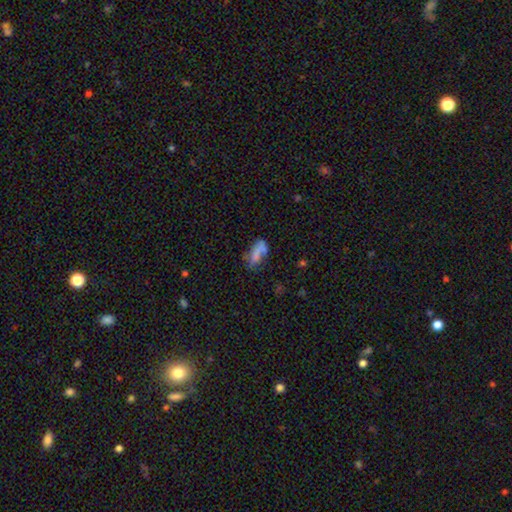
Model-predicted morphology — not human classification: smooth 64%, featured or disk 22%, star or artifact 14%. Down the decision tree: how rounded — in between (71%); merging — none (42%).